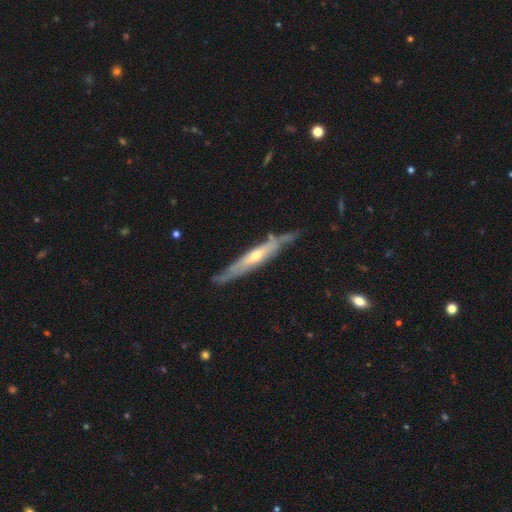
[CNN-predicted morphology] This appears to be a featured or disk galaxy (74%) viewed edge-on (82%) with a rounded central bulge (73%). Merging: none (74%).